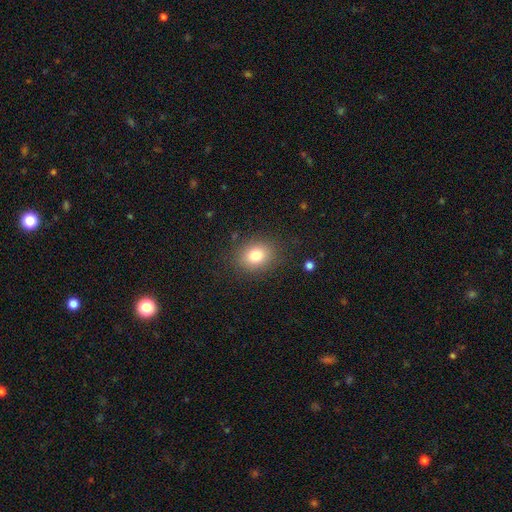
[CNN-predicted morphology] Smooth or featured? Predicted: smooth (p=0.80). How rounded? Predicted: round (p=0.51). Merging? Predicted: none (p=0.85).